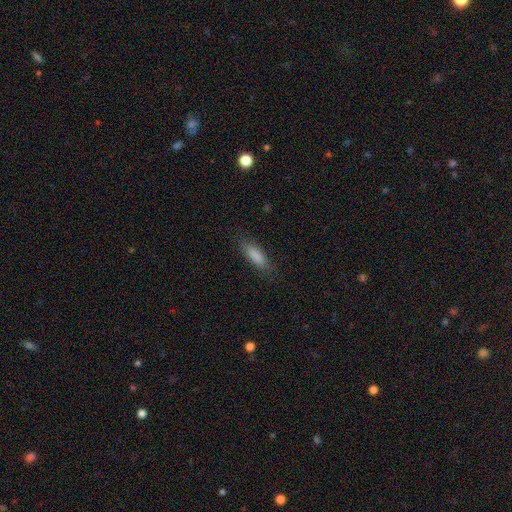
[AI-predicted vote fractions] Overall: smooth (86%). How rounded: cigar-shaped (50%; in between 48%). Merging: none (83%).